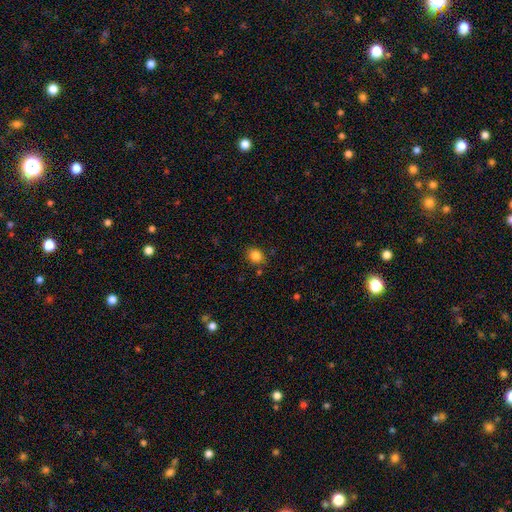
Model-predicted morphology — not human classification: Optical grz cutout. It shows a smooth galaxy with no disk features (84%) that is round (64%). Merging: none (84%).